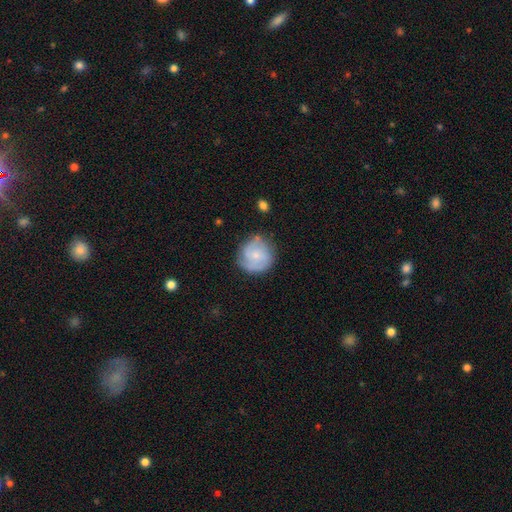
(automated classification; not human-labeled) A featured or disk galaxy (52%) with no bar (61%), spiral arms (83%) and a small central bulge (64%). Merging: none (71%).